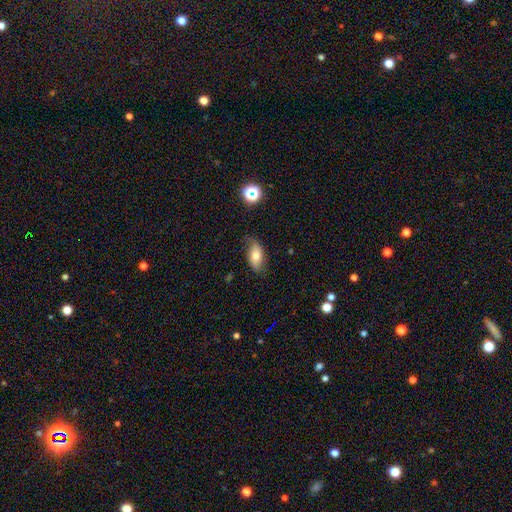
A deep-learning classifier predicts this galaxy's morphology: A smooth galaxy with no disk features (70%) that is in between round and cigar-shaped (90%).

Vote fractions:
- Smooth or featured? smooth: 70% / featured or disk: 21% / star or artifact: 9%
- How rounded? in between: 90% / round: 5% / cigar-shaped: 5%
- Merging? none: 69% / minor disturbance: 23% / major disturbance: 6% / merger: 2%